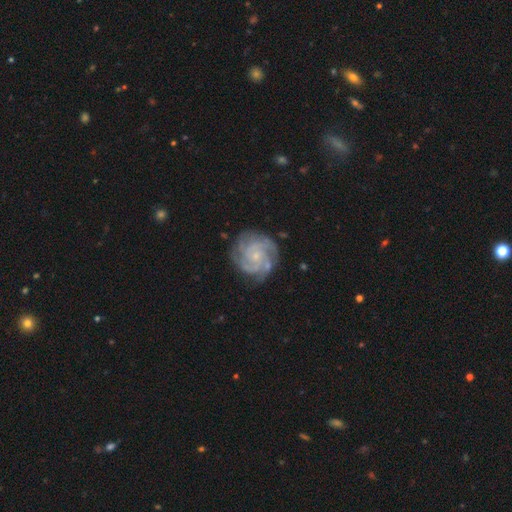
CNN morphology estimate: smooth_or_featured: featured or disk (p=0.88) [alt: smooth p=0.06]
disk_edge_on: no (p=0.98) [alt: yes p=0.02]
bar: no (p=0.74) [alt: weak p=0.22]
has_spiral_arms: yes (p=0.98) [alt: no p=0.02]
spiral_winding: tight (p=0.69) [alt: medium p=0.27]
spiral_arm_count: 3 (p=0.35) [alt: 4 p=0.26]
bulge_size: small (p=0.76) [alt: moderate p=0.17]
merging: none (p=0.78) [alt: minor disturbance p=0.15]